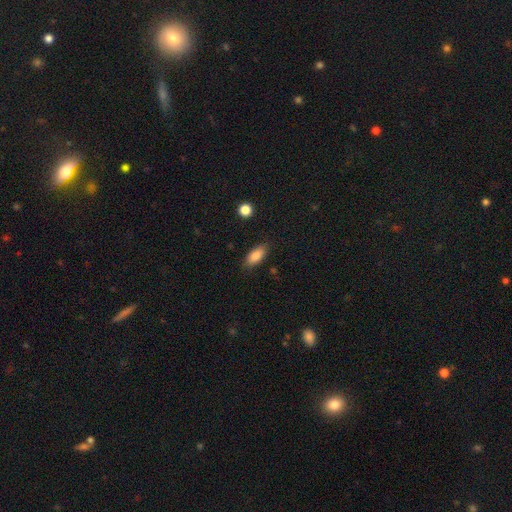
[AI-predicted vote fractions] This is clearly a smooth galaxy (86%). How rounded: clearly in between (85%). Merging: clearly none (83%).